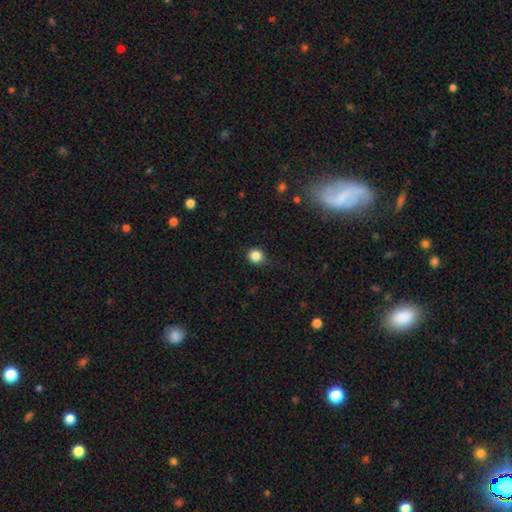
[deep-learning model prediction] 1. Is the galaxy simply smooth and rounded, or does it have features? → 85% smooth, 11% star or artifact, 4% featured or disk.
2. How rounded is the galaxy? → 90% round, 9% in between, 1% cigar-shaped.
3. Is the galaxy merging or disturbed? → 83% none, 13% minor disturbance, 3% major disturbance, 1% merger.